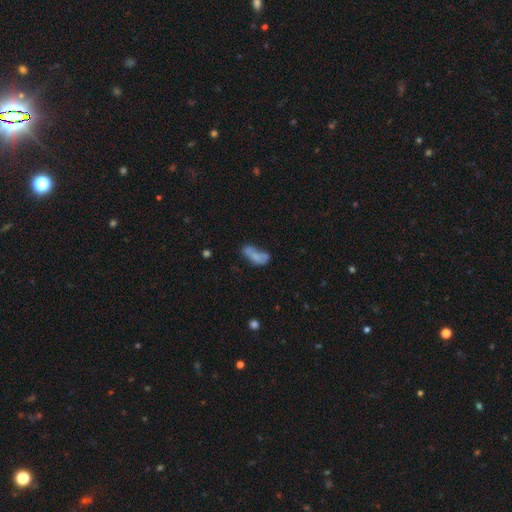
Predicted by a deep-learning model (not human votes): Overall: smooth (59%; featured or disk 30%). How rounded: in between (81%). Merging: merger (33%; none 28%).